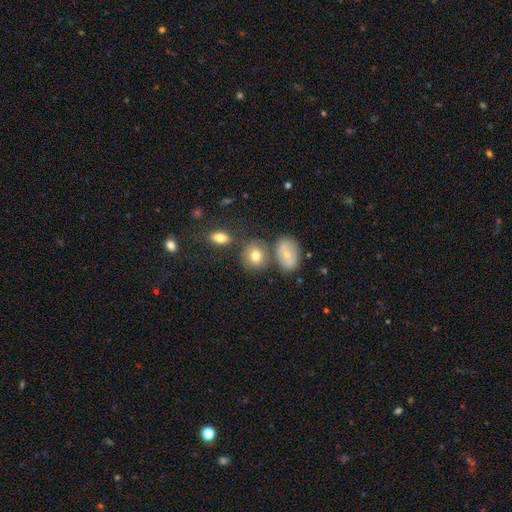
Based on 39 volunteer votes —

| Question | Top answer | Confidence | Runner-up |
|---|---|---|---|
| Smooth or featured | smooth | 77% | featured or disk (18%) |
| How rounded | round | 63% | in between (37%) |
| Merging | none | 65% | merger (27%) |